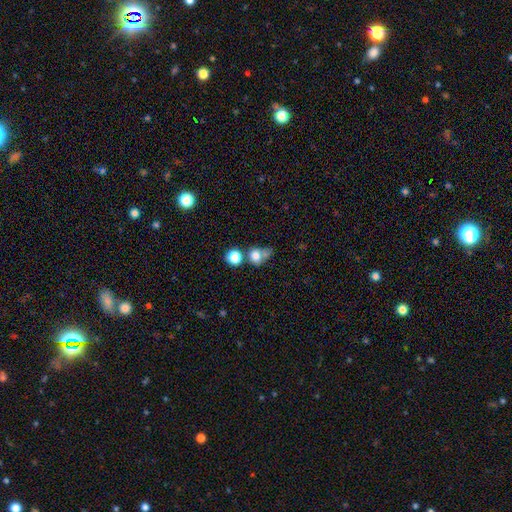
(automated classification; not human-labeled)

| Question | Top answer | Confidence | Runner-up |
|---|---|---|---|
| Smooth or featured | smooth | 75% | star or artifact (13%) |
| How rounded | round | 70% | in between (28%) |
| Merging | merger | 40% | none (36%) |